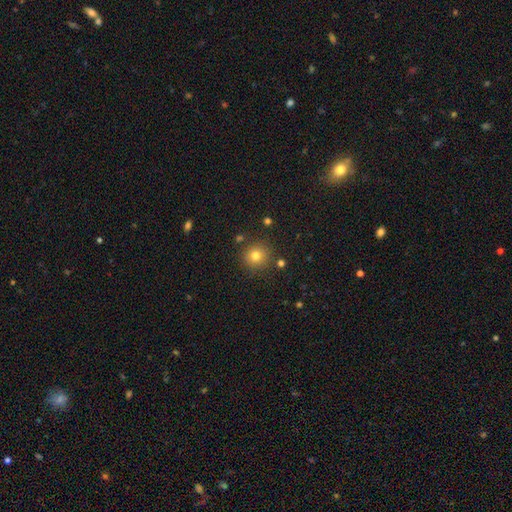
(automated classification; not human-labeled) smooth-or-featured: smooth: 78% | star or artifact: 14% | featured or disk: 8%
  how-rounded: round: 93% | in between: 6% | cigar-shaped: 1%
  merging: none: 86% | minor disturbance: 8% | merger: 3% | major disturbance: 3%